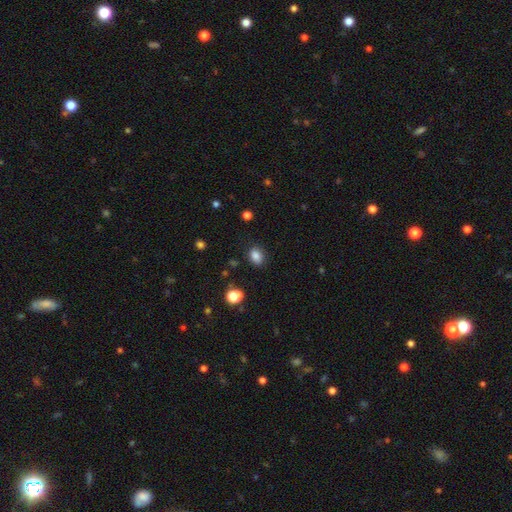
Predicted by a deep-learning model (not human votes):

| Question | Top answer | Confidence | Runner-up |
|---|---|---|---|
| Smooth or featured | smooth | 83% | star or artifact (12%) |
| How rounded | in between | 64% | round (35%) |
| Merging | none | 84% | minor disturbance (11%) |